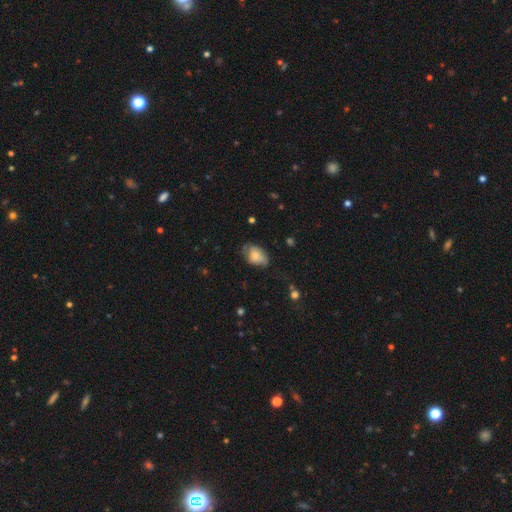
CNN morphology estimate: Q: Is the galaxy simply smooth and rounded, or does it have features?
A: smooth — 69%.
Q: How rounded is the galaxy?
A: in between — 86%.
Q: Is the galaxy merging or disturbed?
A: none — 48%.